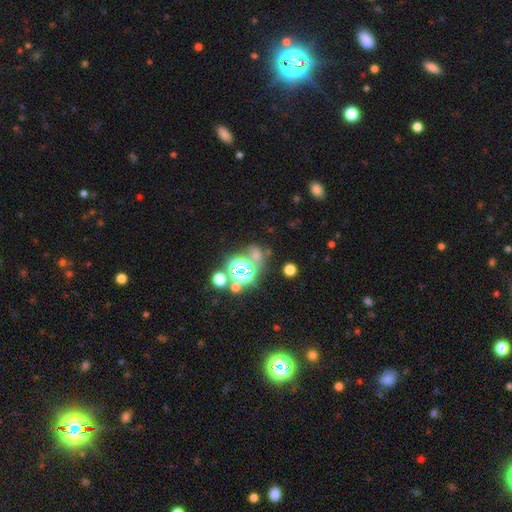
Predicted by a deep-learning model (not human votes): A smooth galaxy with no disk features (46%).

Vote fractions:
- Smooth or featured? smooth: 46% / star or artifact: 42% / featured or disk: 12%
- Merging? none: 54% / merger: 24% / minor disturbance: 12% / major disturbance: 10%